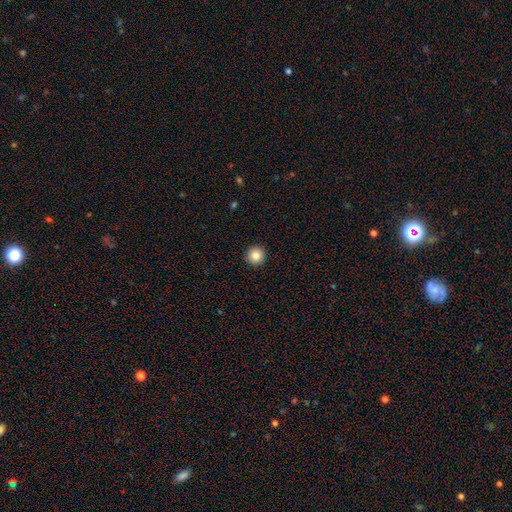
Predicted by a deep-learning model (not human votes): This appears to be a smooth galaxy with no disk features (85%) that is round (96%). Merging: none (93%).